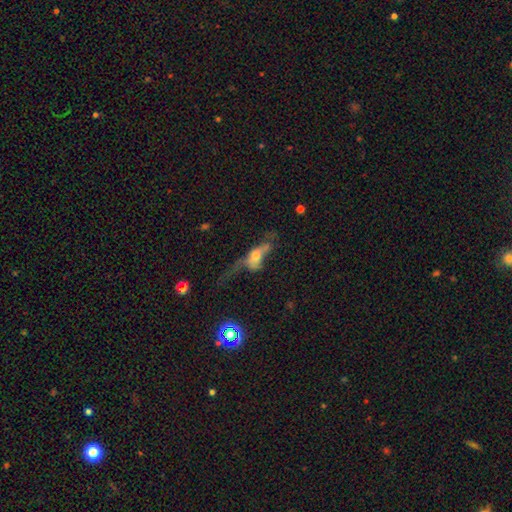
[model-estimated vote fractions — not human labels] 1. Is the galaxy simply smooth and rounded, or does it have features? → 47% featured or disk, 42% smooth, 11% star or artifact.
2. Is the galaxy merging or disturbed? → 57% major disturbance, 19% none, 16% minor disturbance, 7% merger.